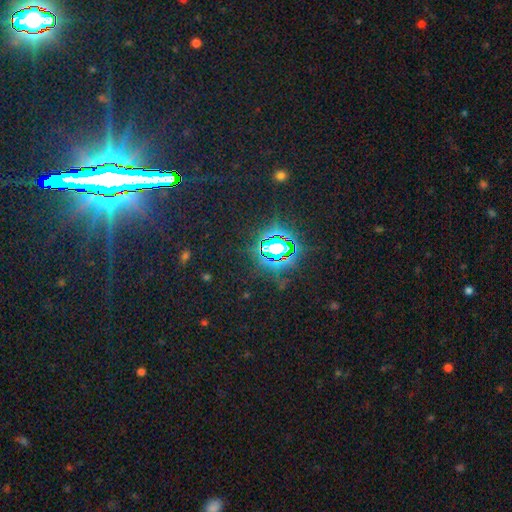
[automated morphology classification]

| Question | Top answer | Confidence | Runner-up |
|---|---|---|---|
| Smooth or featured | star or artifact | 82% | featured or disk (9%) |